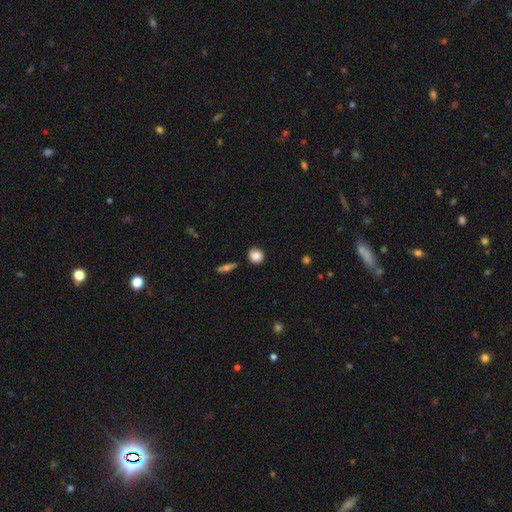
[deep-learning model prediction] Smooth or featured? smooth (83%)
How rounded? round (88%)
Merging? none (82%)